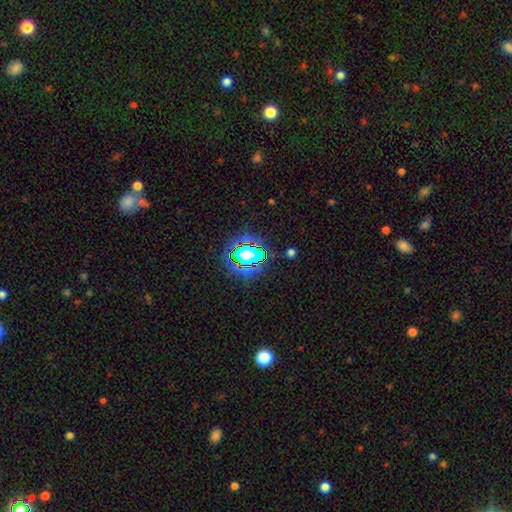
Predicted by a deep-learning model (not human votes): Smooth or featured? star or artifact (78%)